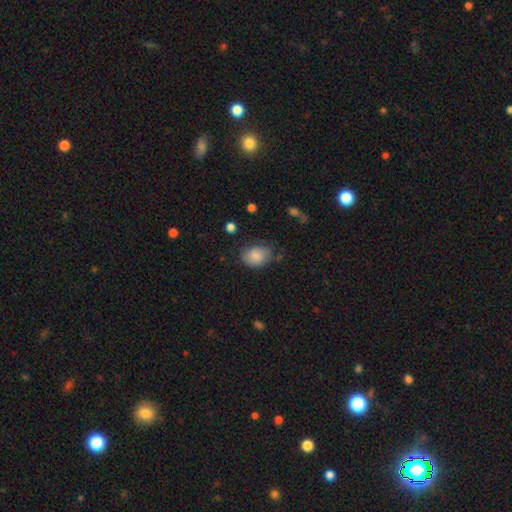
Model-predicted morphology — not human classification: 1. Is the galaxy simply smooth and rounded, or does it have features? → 83% smooth, 10% featured or disk, 8% star or artifact.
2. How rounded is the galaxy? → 71% in between, 28% round, 1% cigar-shaped.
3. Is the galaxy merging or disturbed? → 61% none, 28% minor disturbance, 8% major disturbance, 2% merger.